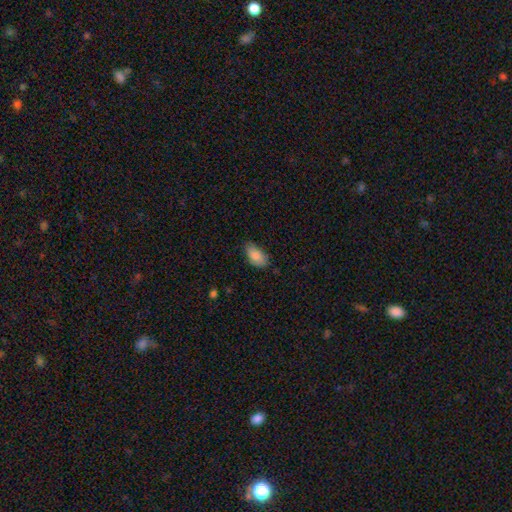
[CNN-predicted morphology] smooth 84%, featured or disk 9%, star or artifact 7%. Down the decision tree: how rounded — in between (93%); merging — none (75%).